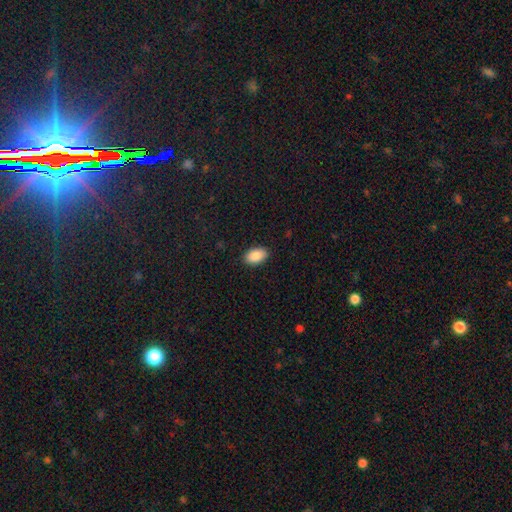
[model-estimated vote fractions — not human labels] Smooth or featured: smooth — 90% (star or artifact — 7%)
How rounded: in between — 93% (round — 6%)
Merging: none — 89% (minor disturbance — 8%)